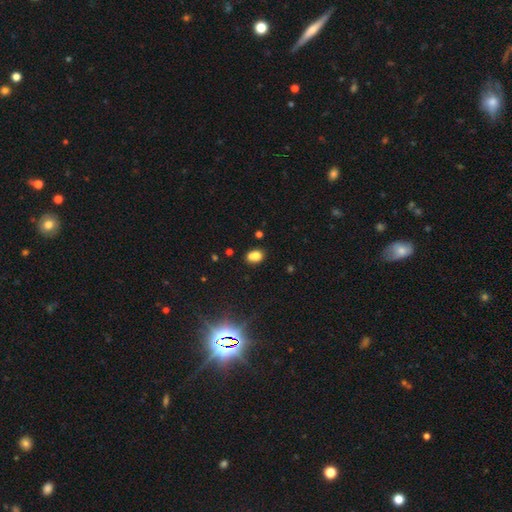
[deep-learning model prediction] The model was most divided on "merging": none: 53%, merger: 25%, minor disturbance: 17%, major disturbance: 5%. More confident: smooth or featured — smooth (77%); how rounded — in between (67%).